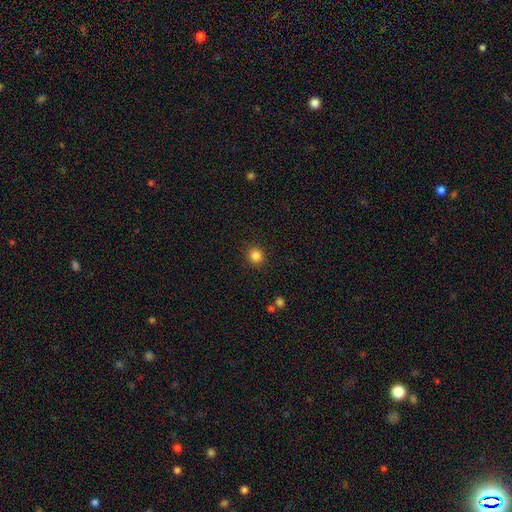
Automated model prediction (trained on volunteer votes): Morphology: type=smooth (85%); roundness=round (89%); merging=none (90%).